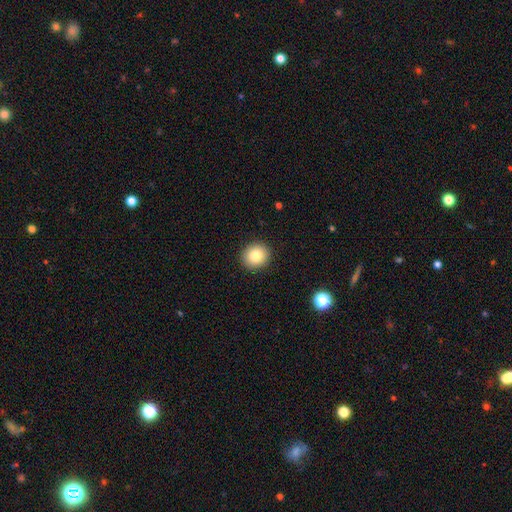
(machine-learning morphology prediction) smooth_or_featured: smooth (p=0.85) [alt: star or artifact p=0.09]
how_rounded: round (p=0.87) [alt: in between p=0.13]
merging: none (p=0.92) [alt: minor disturbance p=0.06]